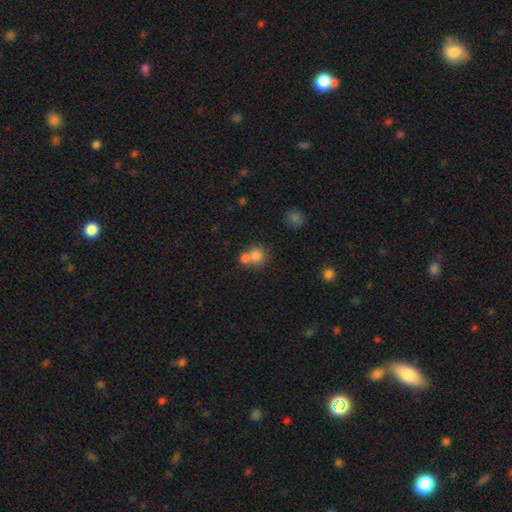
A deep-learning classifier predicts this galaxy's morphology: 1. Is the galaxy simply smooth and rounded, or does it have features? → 78% smooth, 11% featured or disk, 11% star or artifact.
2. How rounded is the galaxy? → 83% round, 16% in between, 1% cigar-shaped.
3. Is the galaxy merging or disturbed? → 49% merger, 40% none, 7% minor disturbance, 3% major disturbance.